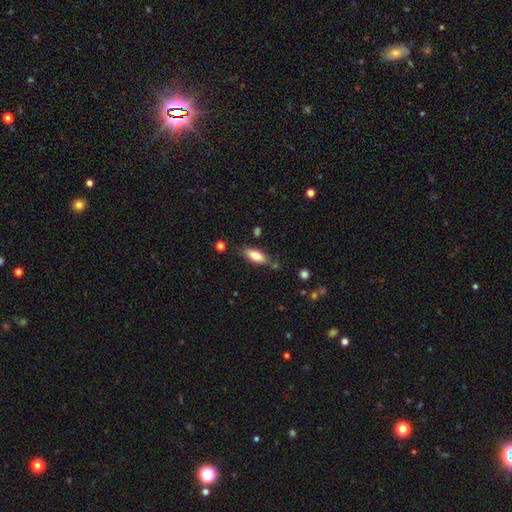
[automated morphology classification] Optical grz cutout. It shows a smooth galaxy with no disk features (73%) that is in between round and cigar-shaped (74%). Merging: none (73%).